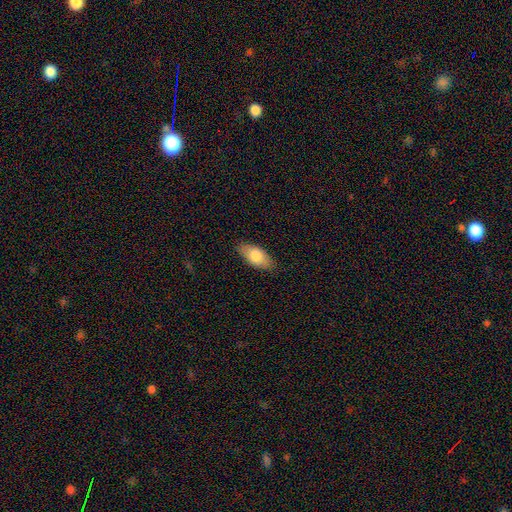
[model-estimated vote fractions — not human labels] Q: Smooth or featured?
A: smooth (79%); runner-up: featured or disk (15%)
Q: How rounded?
A: in between (89%); runner-up: cigar-shaped (8%)
Q: Merging?
A: none (84%); runner-up: minor disturbance (12%)